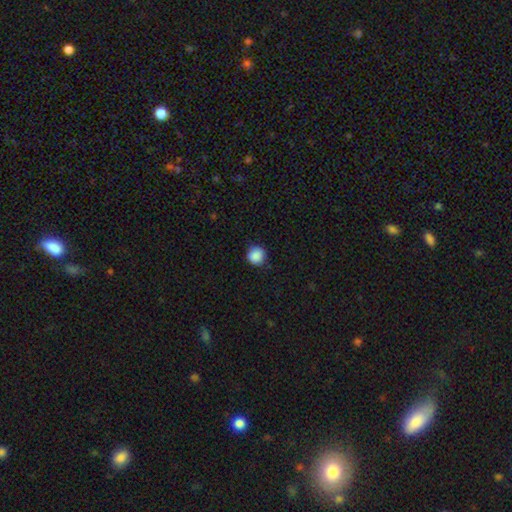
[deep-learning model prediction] Morphology: type=smooth (89%); roundness=round (94%); merging=none (89%).